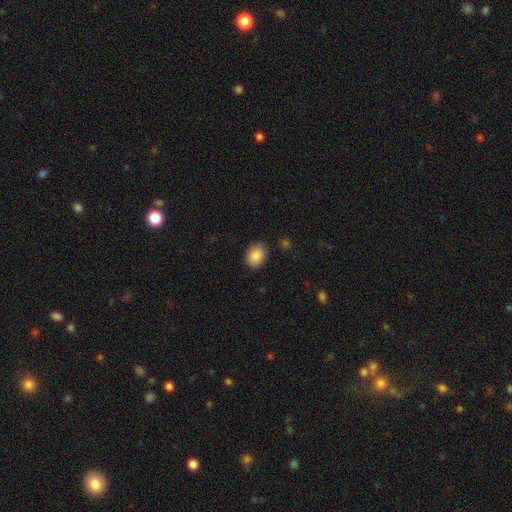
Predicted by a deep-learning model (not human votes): Smooth or featured: smooth — 87% (star or artifact — 8%)
How rounded: in between — 67% (round — 32%)
Merging: none — 86% (minor disturbance — 10%)